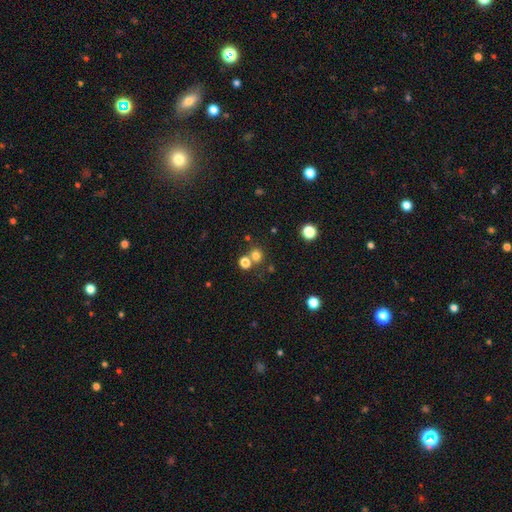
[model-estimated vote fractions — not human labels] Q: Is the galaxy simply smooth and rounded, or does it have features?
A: smooth — 73%.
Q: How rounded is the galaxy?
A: round — 84%.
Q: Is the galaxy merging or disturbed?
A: none — 61%.